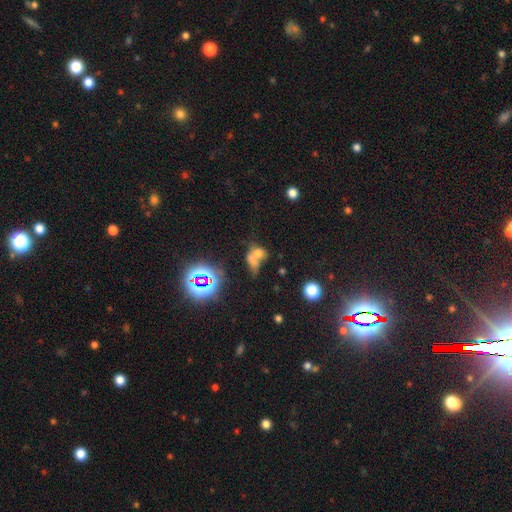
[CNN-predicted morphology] Smooth or featured: smooth — 56% (star or artifact — 25%)
How rounded: in between — 61% (round — 35%)
Merging: merger — 57% (none — 23%)